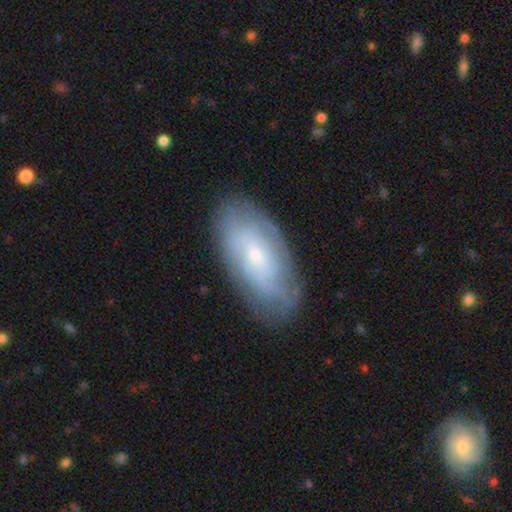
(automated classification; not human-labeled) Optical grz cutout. It shows a featured or disk galaxy (60%) with no bar (69%), spiral arms (74%) and a small central bulge (78%). Merging: none (78%).